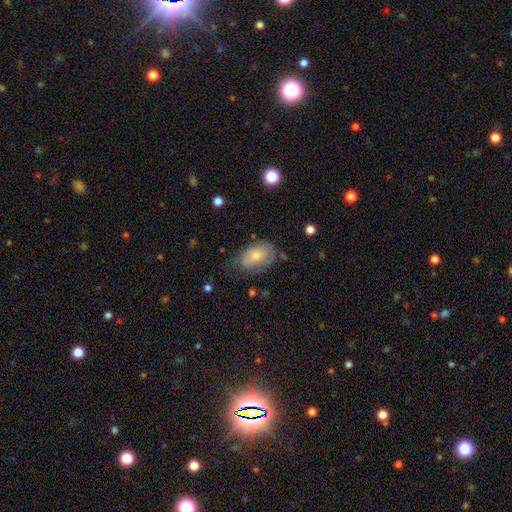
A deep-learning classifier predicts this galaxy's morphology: Smooth or featured: smooth — 68% (featured or disk — 25%)
How rounded: in between — 87% (round — 12%)
Merging: none — 53% (minor disturbance — 31%)